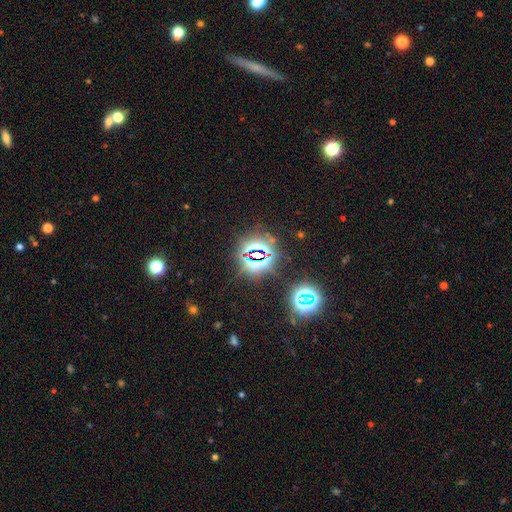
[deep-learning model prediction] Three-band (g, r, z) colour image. It shows a star or artifact, not a galaxy (81%).